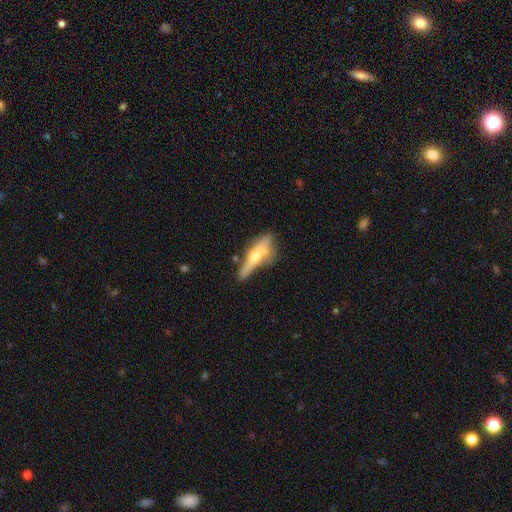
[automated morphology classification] This is possibly a featured or disk galaxy (55%). It is clearly viewed edge-on (83%). Merging: possibly none (47%).